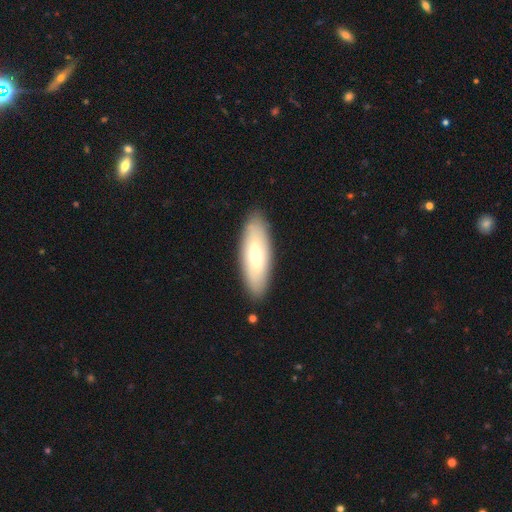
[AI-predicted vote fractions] smooth-or-featured: smooth: 55% | featured or disk: 40% | star or artifact: 6%
  how-rounded: in between: 64% | cigar-shaped: 34% | round: 2%
  merging: none: 88% | minor disturbance: 8% | major disturbance: 2% | merger: 1%